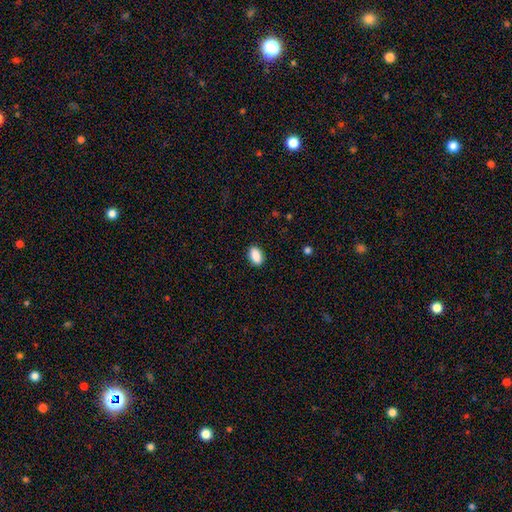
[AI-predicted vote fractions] smooth 90%, star or artifact 7%, featured or disk 3%. Down the decision tree: how rounded — in between (92%); merging — none (88%).